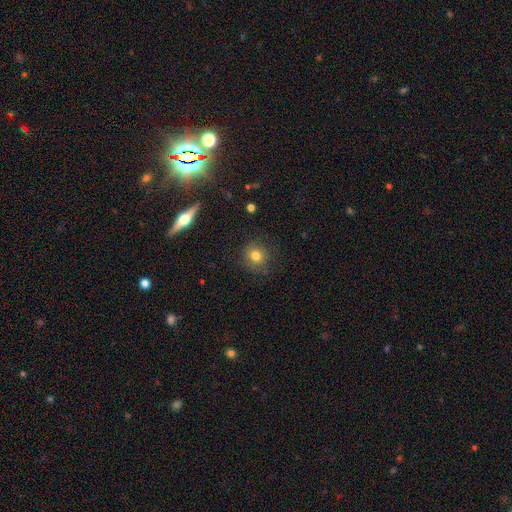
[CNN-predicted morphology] The model was most divided on "smooth or featured": smooth: 78%, star or artifact: 13%, featured or disk: 9%. More confident: how rounded — round (88%); merging — none (83%).